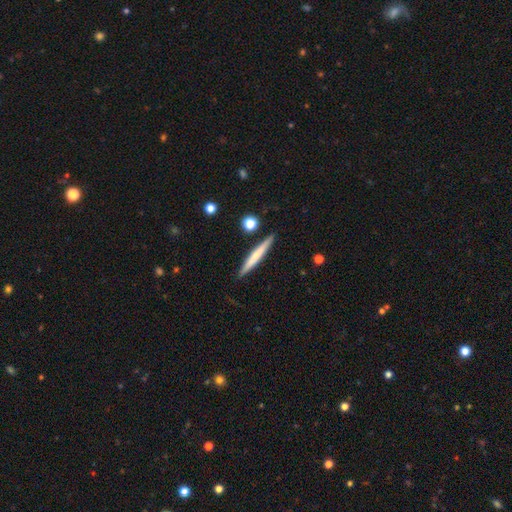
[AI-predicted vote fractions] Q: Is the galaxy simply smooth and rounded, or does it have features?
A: smooth — 56%.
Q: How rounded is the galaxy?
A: cigar-shaped — 96%.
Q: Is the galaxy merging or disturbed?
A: none — 90%.